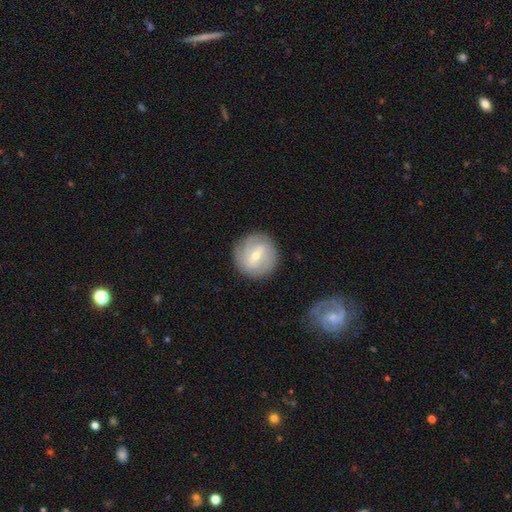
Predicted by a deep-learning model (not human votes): smooth-or-featured: featured or disk: 67% | smooth: 27% | star or artifact: 7%
  disk-edge-on: no: 96% | yes: 4%
    bar: weak: 56% | strong: 26% | no: 18%
    has-spiral-arms: yes: 83% | no: 17%
      spiral-winding: tight: 58% | medium: 30% | loose: 11%
      spiral-arm-count: can't tell: 36% | 2: 31% | 3: 17% | 4: 7% | 1: 5% | more than 4: 4%
    bulge-size: moderate: 49% | small: 48% | large: 2% | none: 1% | dominant: 1%
  merging: none: 85% | minor disturbance: 10% | major disturbance: 3% | merger: 1%